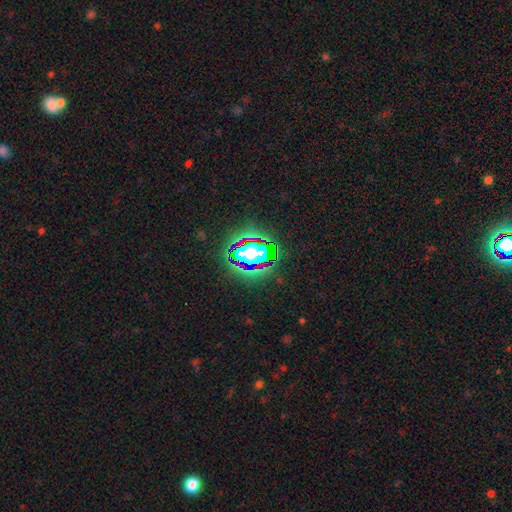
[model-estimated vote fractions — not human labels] Overall: star or artifact (79%).